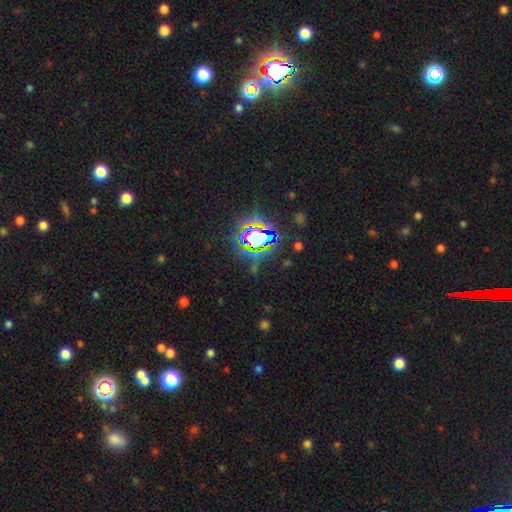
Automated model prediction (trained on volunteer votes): Smooth or featured: star or artifact — 80% (smooth — 12%)